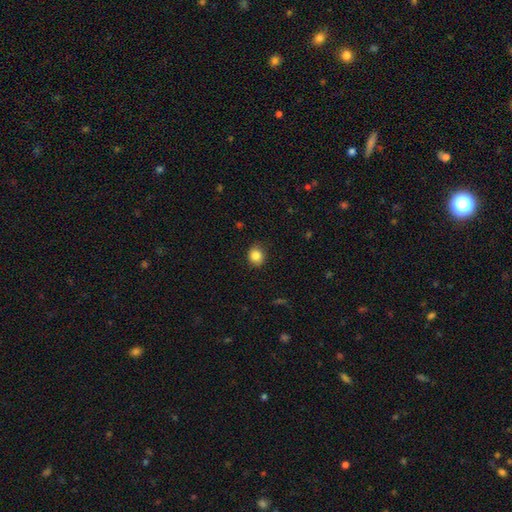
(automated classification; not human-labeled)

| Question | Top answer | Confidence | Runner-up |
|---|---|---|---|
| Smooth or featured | smooth | 85% | star or artifact (10%) |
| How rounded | round | 77% | in between (22%) |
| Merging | none | 84% | minor disturbance (12%) |